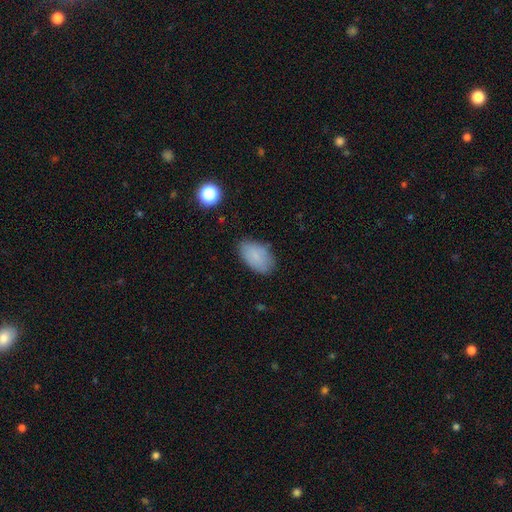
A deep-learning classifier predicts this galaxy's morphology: type=smooth (84%); roundness=in between (93%); merging=none (80%).